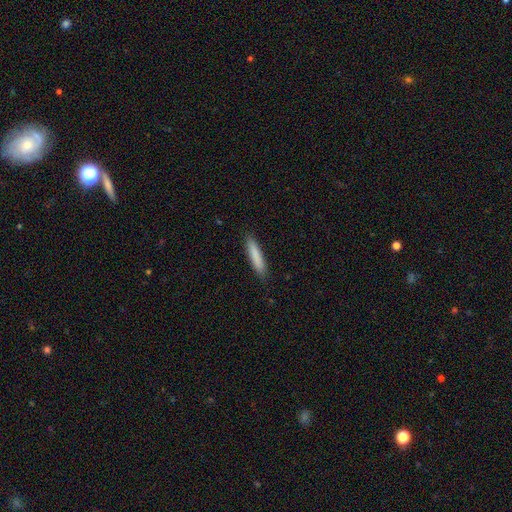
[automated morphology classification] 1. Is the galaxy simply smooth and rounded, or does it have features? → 84% smooth, 10% featured or disk, 6% star or artifact.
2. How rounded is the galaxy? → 89% cigar-shaped, 10% in between, 1% round.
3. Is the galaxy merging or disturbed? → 89% none, 8% minor disturbance, 2% major disturbance, 1% merger.